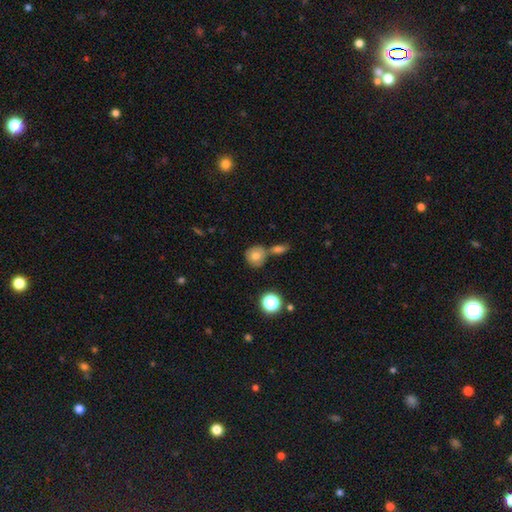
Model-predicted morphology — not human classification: Smooth or featured? smooth (74%)
How rounded? round (85%)
Merging? none (56%)